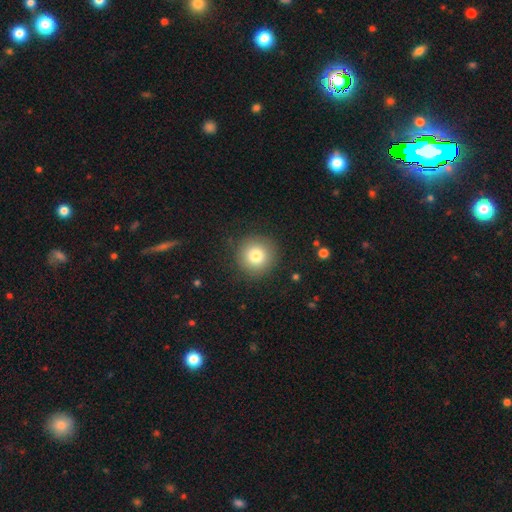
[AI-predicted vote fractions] Smooth or featured?
  - smooth: 79% *
  - star or artifact: 11%
  - featured or disk: 10%
How rounded?
  - round: 95% *
  - in between: 4%
  - cigar-shaped: 1%
Merging?
  - none: 89% *
  - minor disturbance: 7%
  - major disturbance: 3%
  - merger: 1%